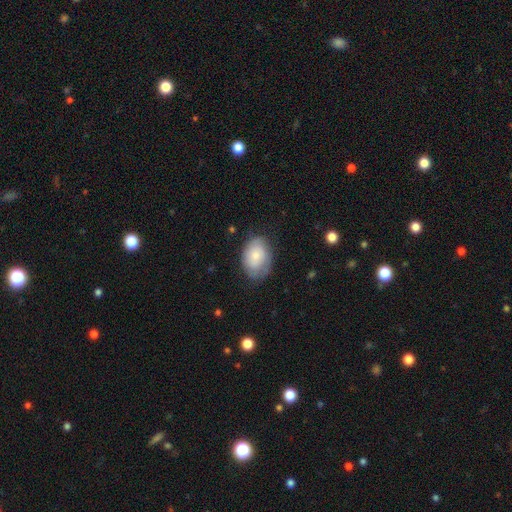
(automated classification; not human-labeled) Smooth or featured?
  - smooth: 68% *
  - featured or disk: 25%
  - star or artifact: 7%
How rounded?
  - in between: 80% *
  - round: 19%
  - cigar-shaped: 1%
Merging?
  - none: 67% *
  - minor disturbance: 25%
  - major disturbance: 8%
  - merger: 1%